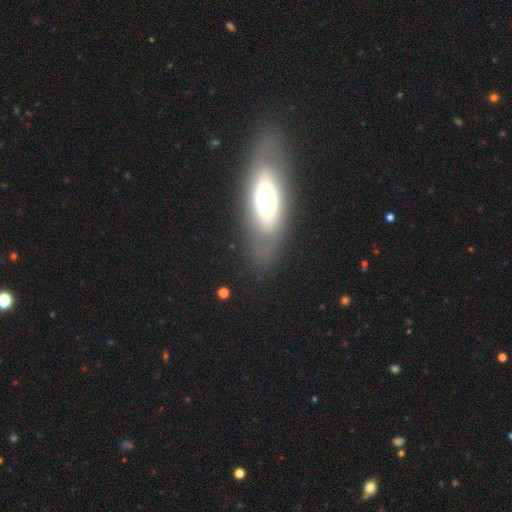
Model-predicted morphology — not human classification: A featured or disk galaxy (57%).

Vote fractions:
- Smooth or featured? featured or disk: 57% / smooth: 33% / star or artifact: 10%
- Edge-on disk? no: 72% / yes: 28%
- Merging? none: 82% / minor disturbance: 12% / major disturbance: 5% / merger: 1%